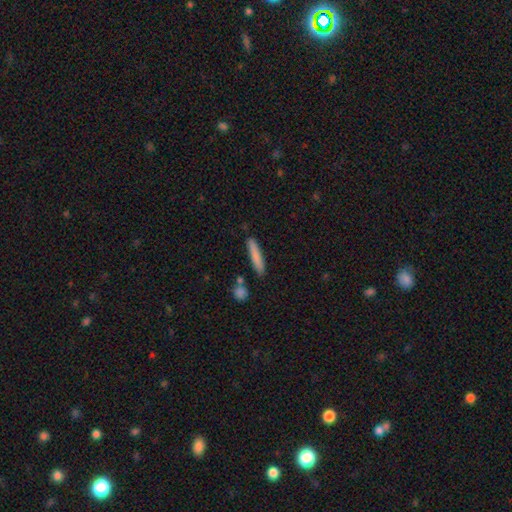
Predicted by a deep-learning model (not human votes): This is clearly a smooth galaxy (80%). How rounded: clearly cigar-shaped (92%). Merging: clearly none (84%).